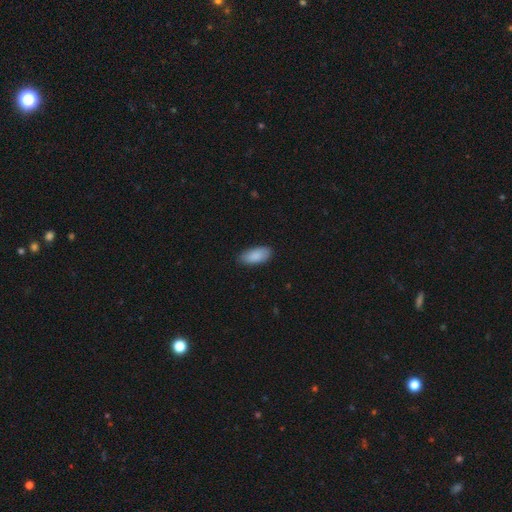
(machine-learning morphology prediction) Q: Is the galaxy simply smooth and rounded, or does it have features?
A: smooth — 89%.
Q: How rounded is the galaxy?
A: in between — 91%.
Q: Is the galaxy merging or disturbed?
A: none — 85%.